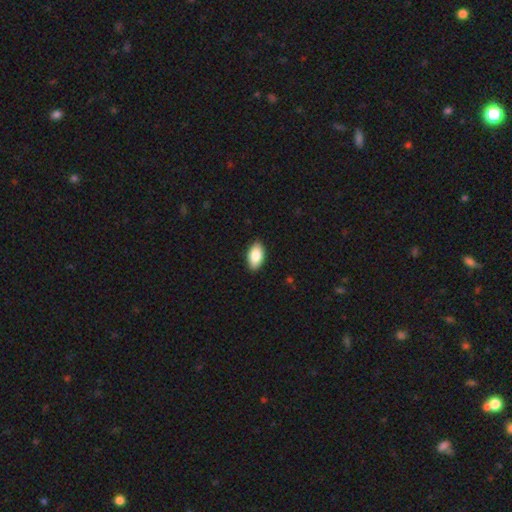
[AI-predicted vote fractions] Overall: smooth (85%). How rounded: in between (94%). Merging: none (89%).